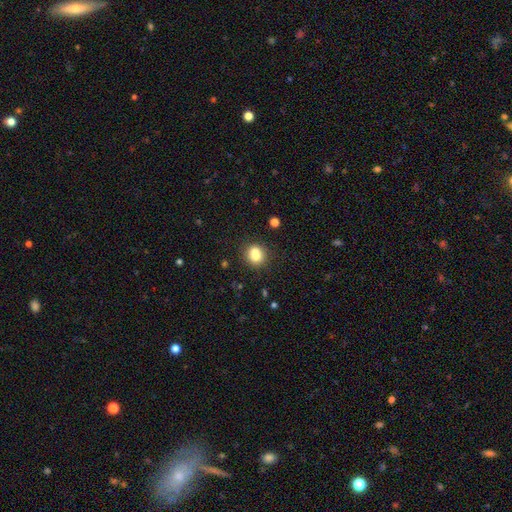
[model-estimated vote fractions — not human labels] A smooth galaxy with no disk features (79%) that is round (74%).

Vote fractions:
- Smooth or featured? smooth: 79% / star or artifact: 11% / featured or disk: 10%
- How rounded? round: 74% / in between: 25% / cigar-shaped: 1%
- Merging? none: 68% / merger: 15% / minor disturbance: 13% / major disturbance: 4%